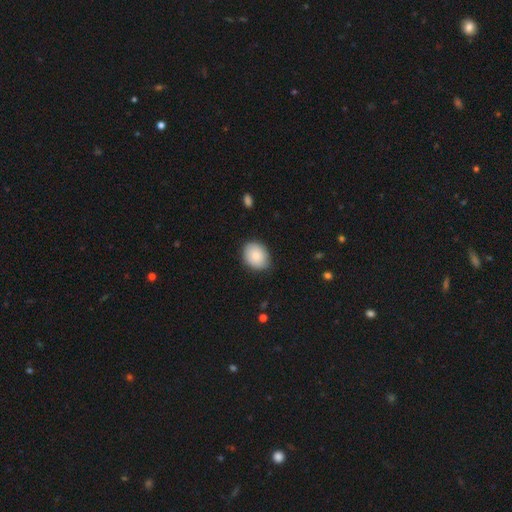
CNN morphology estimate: Smooth or featured? Predicted: smooth (p=0.84). How rounded? Predicted: in between (p=0.55). Merging? Predicted: none (p=0.80).